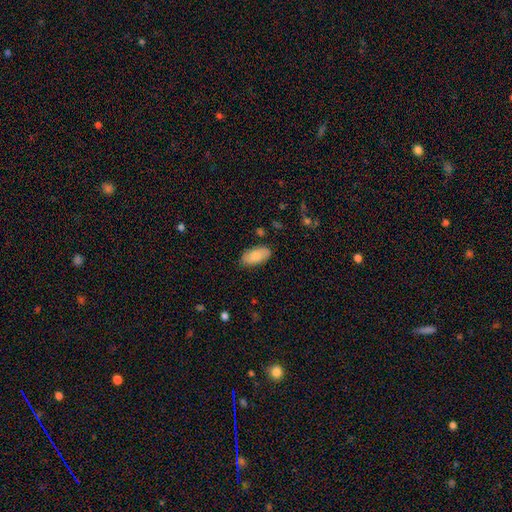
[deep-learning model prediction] A smooth galaxy with no disk features (77%) that is in between round and cigar-shaped (94%). Merging: none (83%).